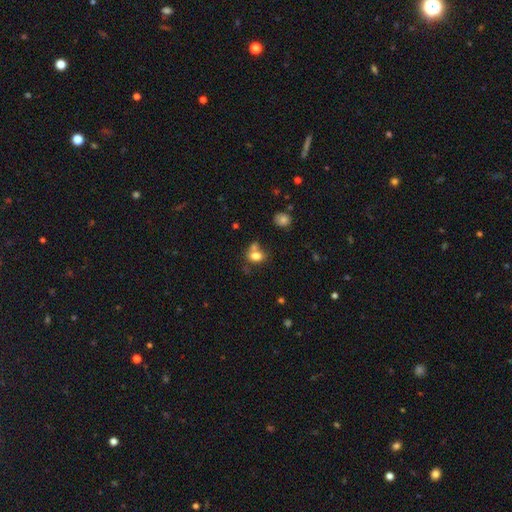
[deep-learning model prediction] Smooth or featured: smooth — 78% (star or artifact — 11%)
How rounded: in between — 63% (round — 36%)
Merging: none — 48% (merger — 31%)